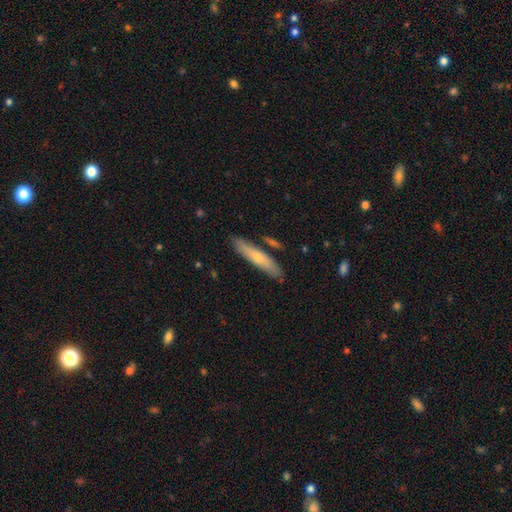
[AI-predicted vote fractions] Smooth or featured: smooth — 59% (featured or disk — 35%)
How rounded: cigar-shaped — 88% (in between — 11%)
Merging: none — 83% (minor disturbance — 11%)